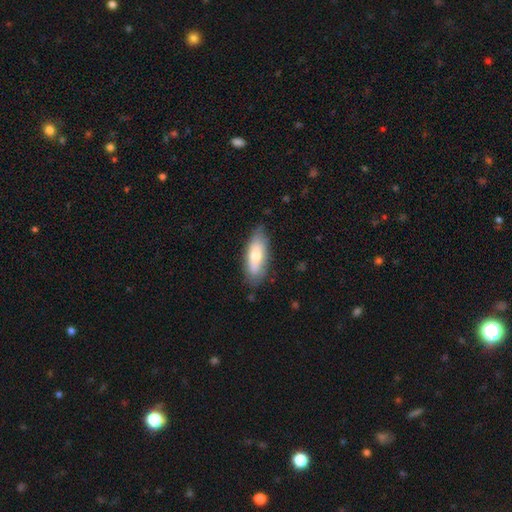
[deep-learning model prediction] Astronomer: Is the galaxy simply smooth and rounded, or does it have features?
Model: smooth — 64%.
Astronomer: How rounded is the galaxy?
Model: in between — 74%.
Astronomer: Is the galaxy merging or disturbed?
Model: none — 73%.